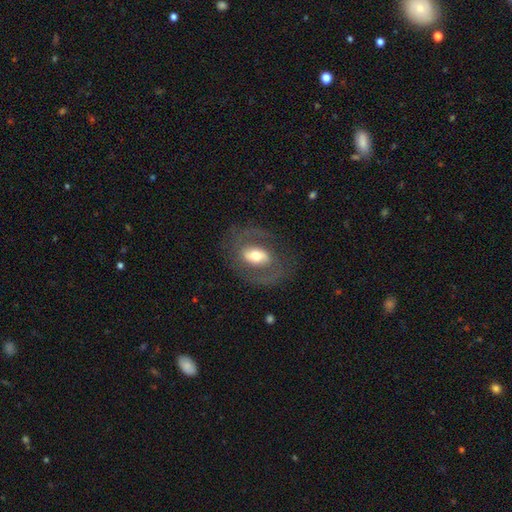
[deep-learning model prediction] The model was most divided on "bar": weak: 38%, strong: 34%, no: 28%. More confident: edge-on disk — no (94%); spiral arms — yes (75%); merging — none (72%); smooth or featured — featured or disk (68%); bulge size — moderate (59%).